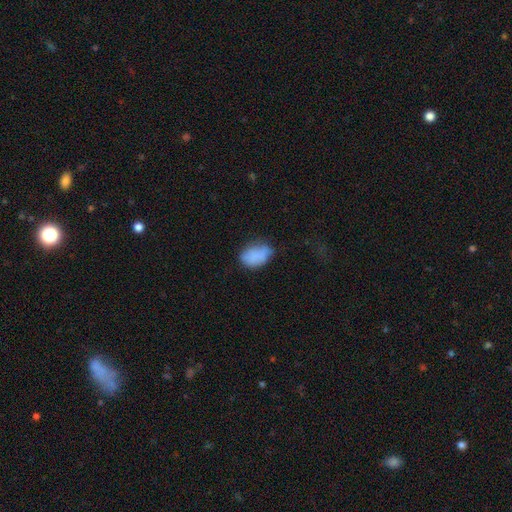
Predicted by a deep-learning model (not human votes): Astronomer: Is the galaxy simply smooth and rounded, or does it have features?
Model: smooth — 80%.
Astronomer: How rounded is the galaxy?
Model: in between — 83%.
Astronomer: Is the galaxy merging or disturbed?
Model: none — 52% (runner-up: minor disturbance, 34%).